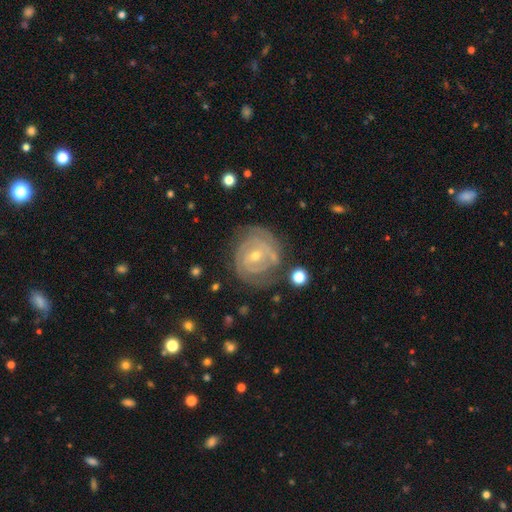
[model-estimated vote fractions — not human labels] This is clearly a featured or disk galaxy (84%). It is clearly not viewed edge-on (97%). Bar: possibly no (52%). Spiral arm pattern: clearly yes (92%). Spiral arm count: marginally 2 (36%). Spiral winding: likely tight (76%). Central bulge: possibly small (57%). Merging: likely none (72%).